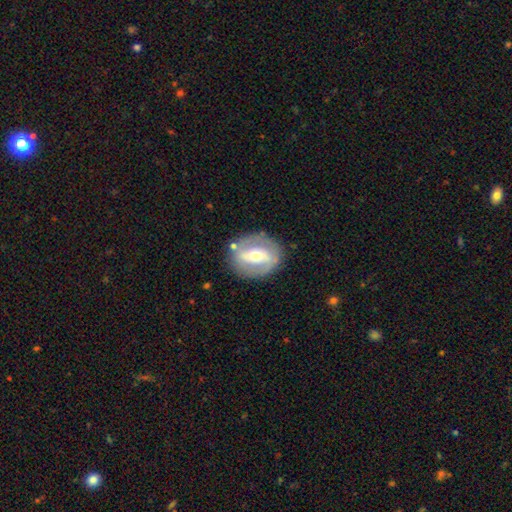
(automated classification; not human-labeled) This appears to be a featured or disk galaxy (67%) with a strong bar (44%), spiral arms (51%) and a moderate central bulge (67%). Merging: none (80%).